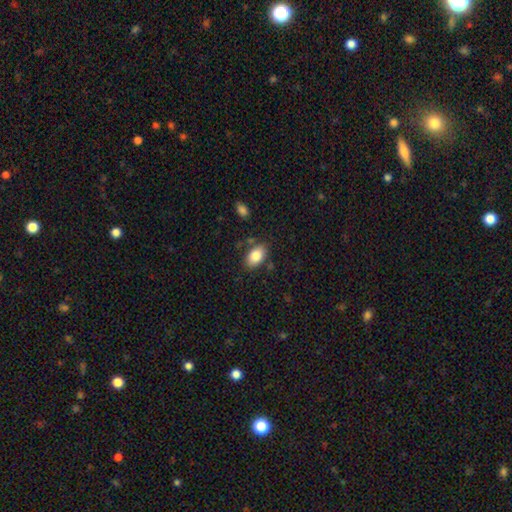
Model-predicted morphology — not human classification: A smooth galaxy with no disk features (84%) that is in between round and cigar-shaped (89%). Merging: none (79%).